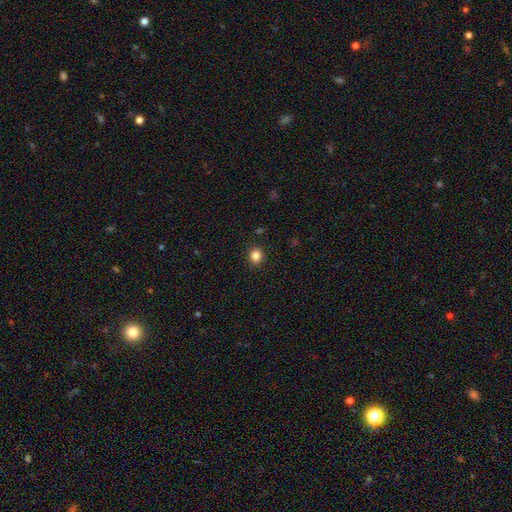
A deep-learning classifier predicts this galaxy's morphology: smooth 84%, star or artifact 12%, featured or disk 4%. Down the decision tree: how rounded — round (78%); merging — none (91%).